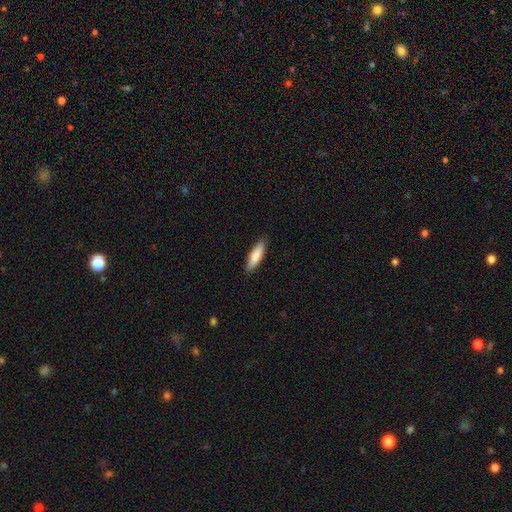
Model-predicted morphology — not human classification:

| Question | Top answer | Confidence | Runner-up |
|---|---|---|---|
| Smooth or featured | smooth | 82% | featured or disk (12%) |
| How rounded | cigar-shaped | 62% | in between (37%) |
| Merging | none | 88% | minor disturbance (9%) |